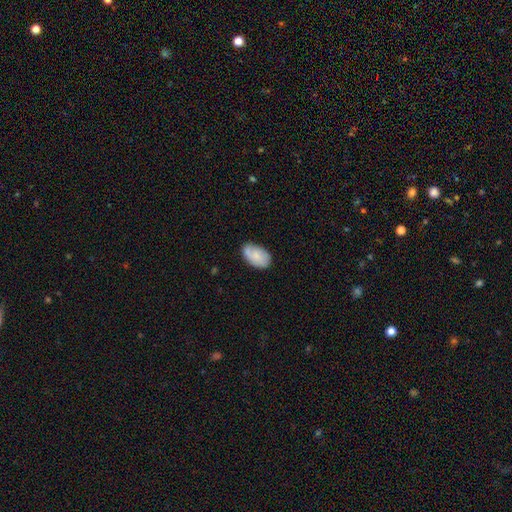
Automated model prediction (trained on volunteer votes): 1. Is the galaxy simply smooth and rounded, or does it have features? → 77% smooth, 16% featured or disk, 7% star or artifact.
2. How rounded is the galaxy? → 93% in between, 6% round, 1% cigar-shaped.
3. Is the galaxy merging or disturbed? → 66% none, 26% minor disturbance, 5% major disturbance, 3% merger.